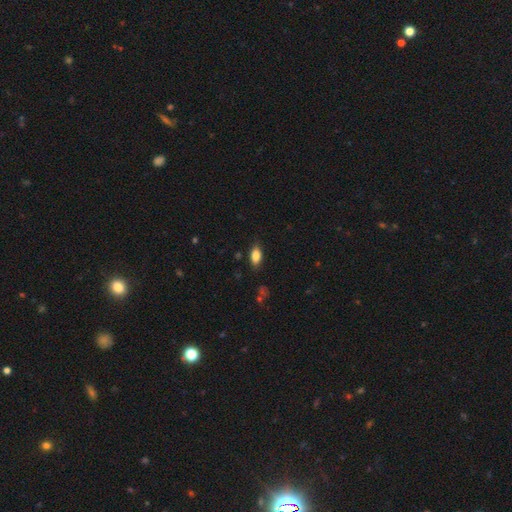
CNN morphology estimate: smooth_or_featured: smooth (p=0.84) [alt: featured or disk p=0.08]
how_rounded: in between (p=0.88) [alt: cigar-shaped p=0.08]
merging: none (p=0.83) [alt: minor disturbance p=0.13]